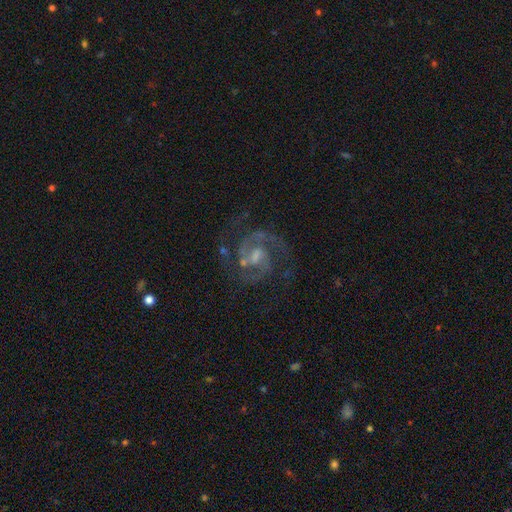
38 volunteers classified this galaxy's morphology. smooth-or-featured: featured or disk: 92% | star or artifact: 8% | smooth: 0%
  disk-edge-on: no: 100% | yes: 0%
    bar: weak: 66% | no: 26% | strong: 9%
    has-spiral-arms: yes: 100% | no: 0%
      spiral-winding: tight: 46% | medium: 43% | loose: 11%
      spiral-arm-count: 2: 91% | can't tell: 6% | 4: 3% | 1: 0% | 3: 0% | more than 4: 0%
    bulge-size: small: 49% | moderate: 46% | none: 6% | dominant: 0% | large: 0%
  merging: none: 89% | minor disturbance: 9% | major disturbance: 3% | merger: 0%